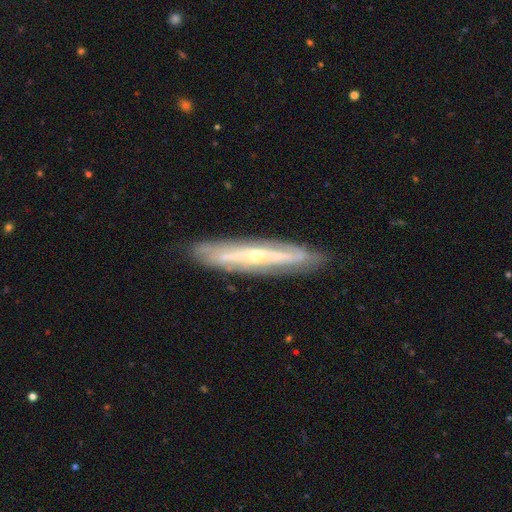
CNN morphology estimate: type=featured or disk (79%); edge-on=yes (59%); merging=none (84%).